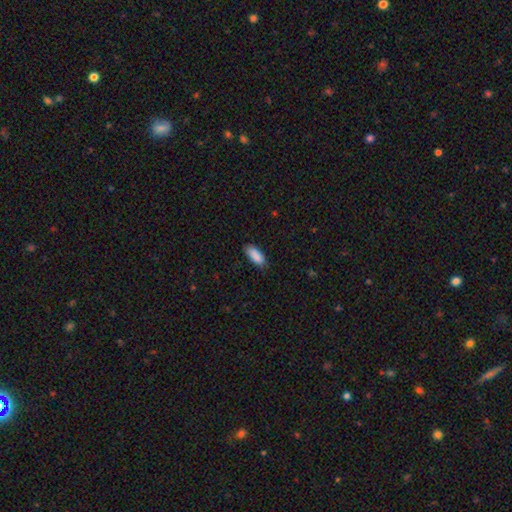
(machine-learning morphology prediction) A smooth galaxy with no disk features (89%) that is in between round and cigar-shaped (81%). Merging: none (81%).